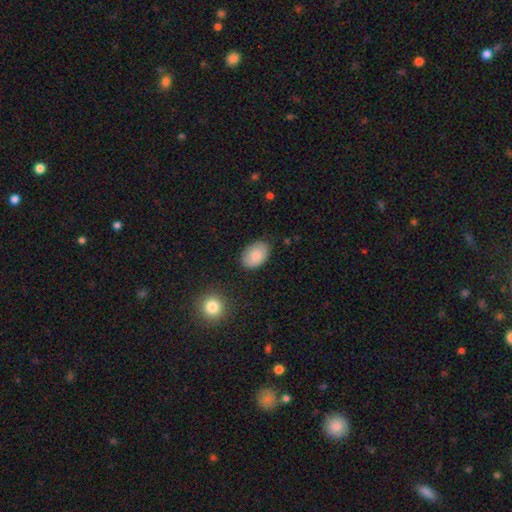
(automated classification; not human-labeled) Smooth or featured? Predicted: smooth (p=0.85). How rounded? Predicted: in between (p=0.88). Merging? Predicted: none (p=0.81).